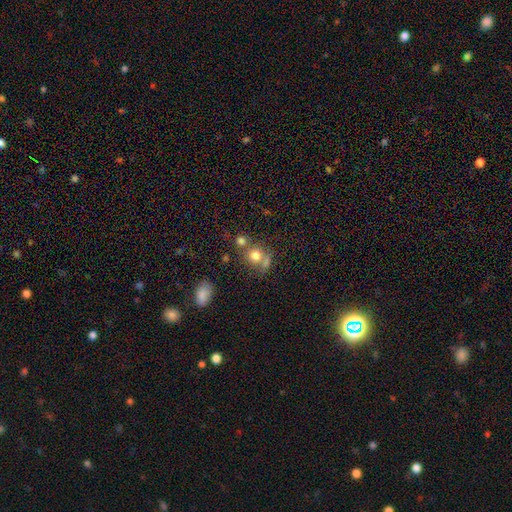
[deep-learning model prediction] Smooth or featured: smooth — 75% (star or artifact — 13%)
How rounded: round — 82% (in between — 16%)
Merging: none — 49% (merger — 34%)